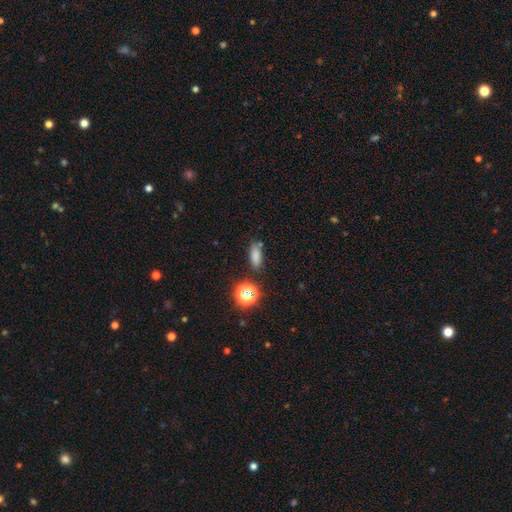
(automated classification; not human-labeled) Smooth or featured?
  - smooth: 75% *
  - star or artifact: 17%
  - featured or disk: 7%
How rounded?
  - in between: 66% *
  - cigar-shaped: 24%
  - round: 10%
Merging?
  - none: 73% *
  - minor disturbance: 15%
  - merger: 7%
  - major disturbance: 4%